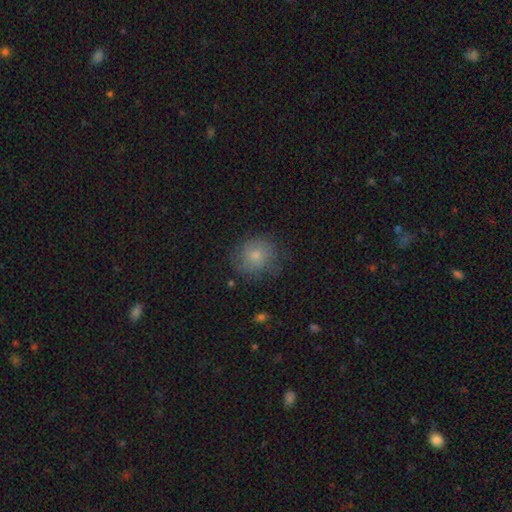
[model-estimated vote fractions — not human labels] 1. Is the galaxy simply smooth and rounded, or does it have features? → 73% smooth, 18% featured or disk, 9% star or artifact.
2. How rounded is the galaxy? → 76% round, 23% in between, 1% cigar-shaped.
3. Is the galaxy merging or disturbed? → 69% none, 22% minor disturbance, 8% major disturbance, 2% merger.